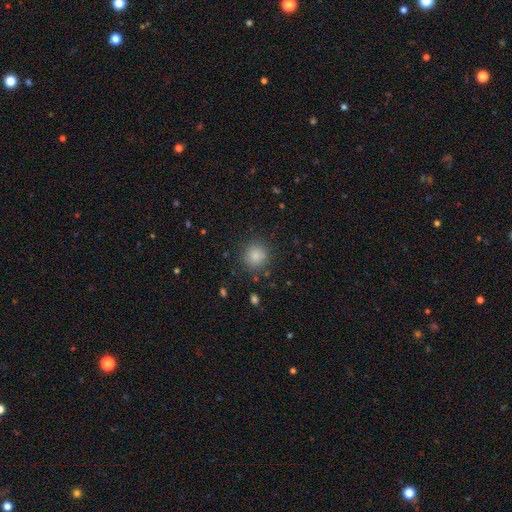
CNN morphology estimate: Smooth or featured?
  - smooth: 84% *
  - star or artifact: 11%
  - featured or disk: 5%
How rounded?
  - round: 90% *
  - in between: 9%
  - cigar-shaped: 1%
Merging?
  - none: 84% *
  - minor disturbance: 10%
  - major disturbance: 4%
  - merger: 2%